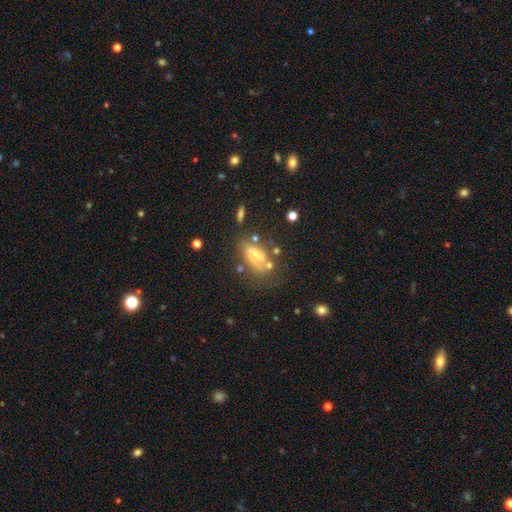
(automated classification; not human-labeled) Q: Smooth or featured?
A: smooth (51%); runner-up: featured or disk (35%)
Q: How rounded?
A: in between (77%); runner-up: cigar-shaped (16%)
Q: Merging?
A: none (44%); runner-up: minor disturbance (22%)